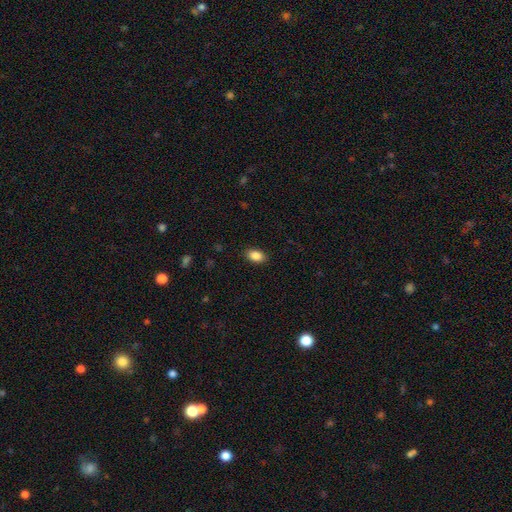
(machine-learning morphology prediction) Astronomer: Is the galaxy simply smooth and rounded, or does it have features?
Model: smooth — 88%.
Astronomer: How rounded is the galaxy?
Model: in between — 88%.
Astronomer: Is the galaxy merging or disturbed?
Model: none — 89%.